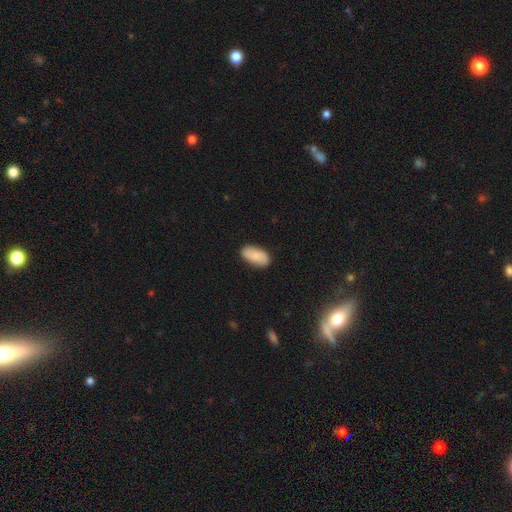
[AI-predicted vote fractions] This is clearly a smooth galaxy (85%). How rounded: clearly in between (93%). Merging: clearly none (85%).